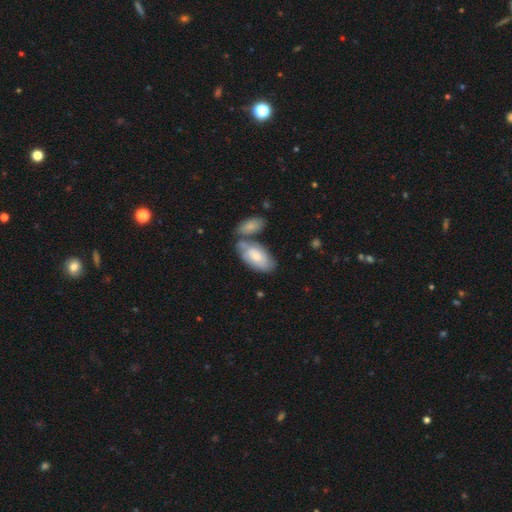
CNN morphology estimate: Smooth or featured?
  - smooth: 74% *
  - featured or disk: 21%
  - star or artifact: 5%
How rounded?
  - in between: 94% *
  - cigar-shaped: 3%
  - round: 3%
Merging?
  - none: 45% *
  - merger: 34%
  - minor disturbance: 16%
  - major disturbance: 5%